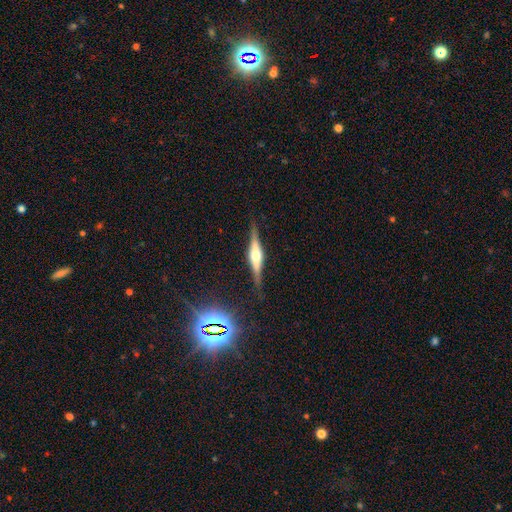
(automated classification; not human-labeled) Smooth or featured: featured or disk — 79% (smooth — 14%)
Edge-on disk: yes — 97% (no — 3%)
Edge-on bulge: rounded — 83% (boxy — 14%)
Merging: none — 86% (minor disturbance — 10%)